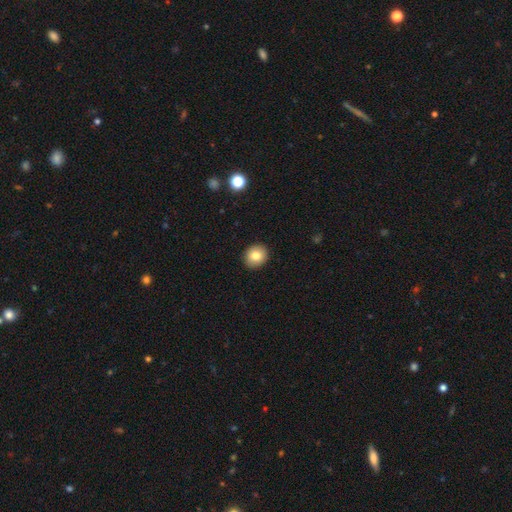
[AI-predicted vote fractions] smooth_or_featured: smooth (p=0.81) [alt: featured or disk p=0.10]
how_rounded: round (p=0.80) [alt: in between p=0.19]
merging: none (p=0.92) [alt: minor disturbance p=0.06]